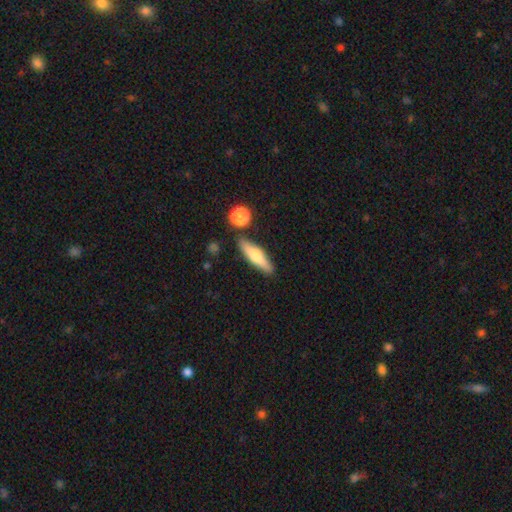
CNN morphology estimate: A smooth galaxy with no disk features (58%) that is cigar-shaped (69%). Merging: none (82%).